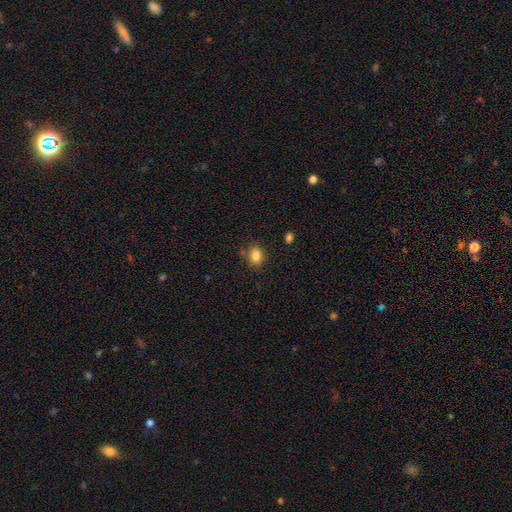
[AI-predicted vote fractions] Q: Smooth or featured?
A: smooth (85%); runner-up: star or artifact (10%)
Q: How rounded?
A: in between (71%); runner-up: round (27%)
Q: Merging?
A: none (79%); runner-up: minor disturbance (13%)